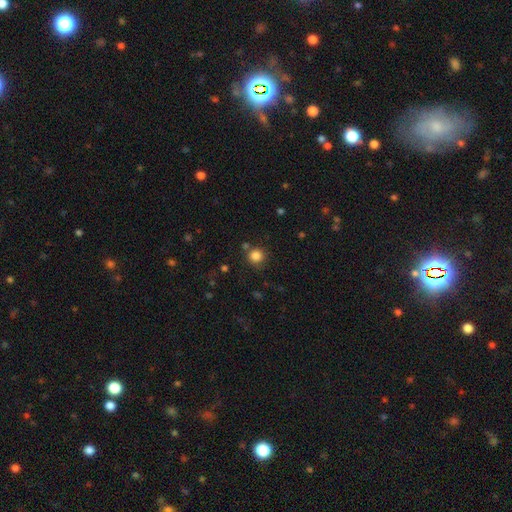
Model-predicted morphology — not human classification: smooth 84%, star or artifact 12%, featured or disk 4%. Down the decision tree: how rounded — round (92%); merging — none (80%).